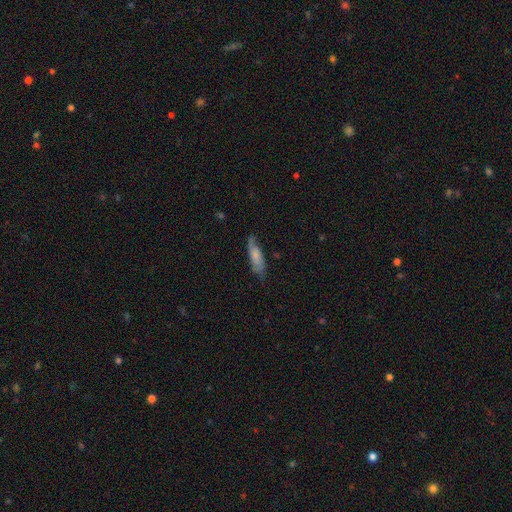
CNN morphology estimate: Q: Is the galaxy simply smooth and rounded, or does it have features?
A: smooth — 63%.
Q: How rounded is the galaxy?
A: cigar-shaped — 51%.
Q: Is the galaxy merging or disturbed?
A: none — 64%.